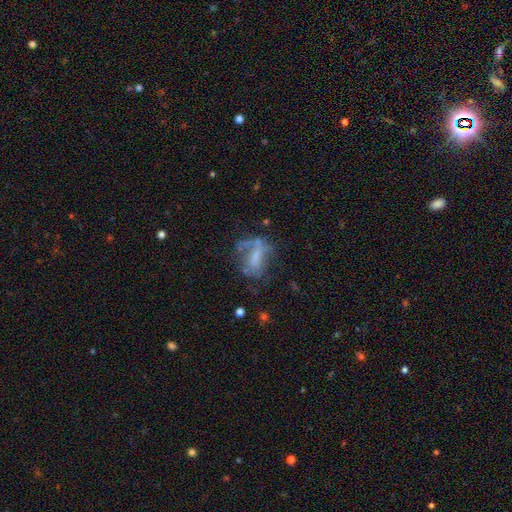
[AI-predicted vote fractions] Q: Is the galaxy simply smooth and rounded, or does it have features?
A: featured or disk — 48%.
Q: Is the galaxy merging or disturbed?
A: major disturbance — 35%, tied with none.